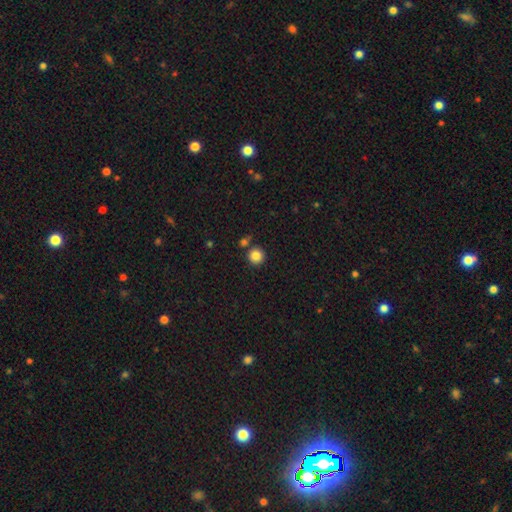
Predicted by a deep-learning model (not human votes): smooth-or-featured: smooth: 85% | star or artifact: 10% | featured or disk: 5%
  how-rounded: round: 94% | in between: 5% | cigar-shaped: 1%
  merging: none: 82% | merger: 9% | minor disturbance: 7% | major disturbance: 2%